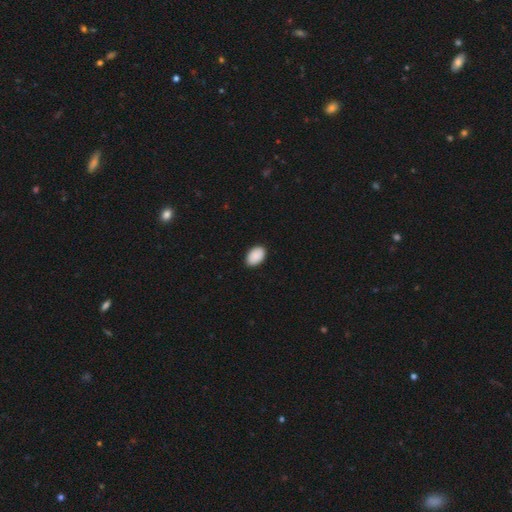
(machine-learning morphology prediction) This appears to be a smooth galaxy with no disk features (91%) that is in between round and cigar-shaped (90%). Merging: none (89%).